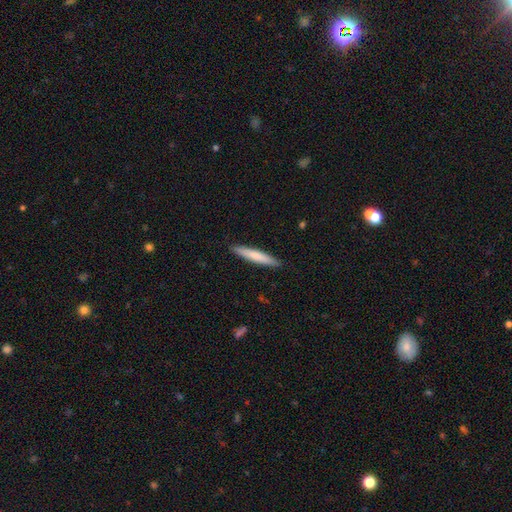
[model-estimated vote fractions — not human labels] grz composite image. It shows a smooth galaxy with no disk features (71%) that is cigar-shaped (94%). Merging: none (91%).